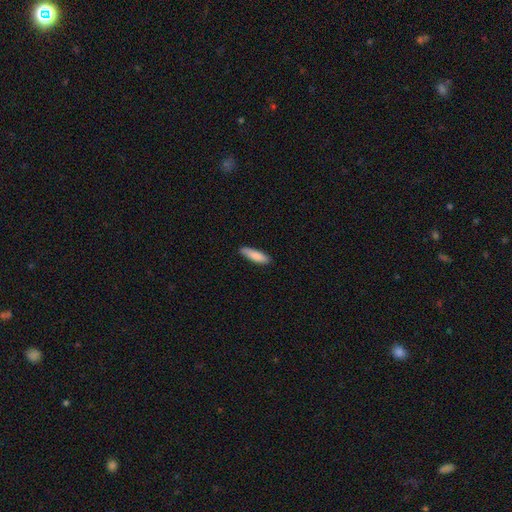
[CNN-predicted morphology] Smooth or featured: smooth — 86% (featured or disk — 8%)
How rounded: cigar-shaped — 63% (in between — 36%)
Merging: none — 84% (minor disturbance — 13%)